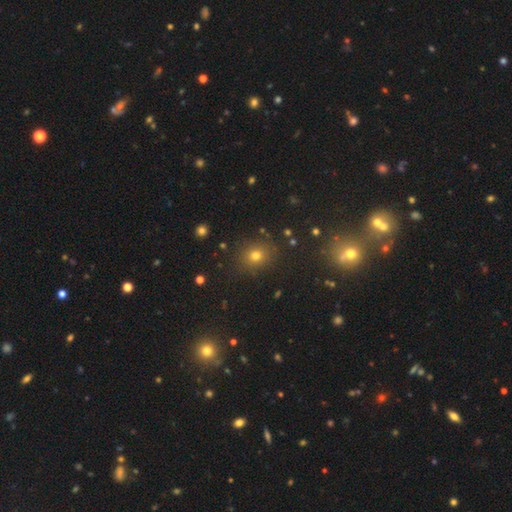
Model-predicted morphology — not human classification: Smooth or featured: smooth — 71% (star or artifact — 22%)
How rounded: round — 77% (in between — 21%)
Merging: none — 86% (minor disturbance — 9%)